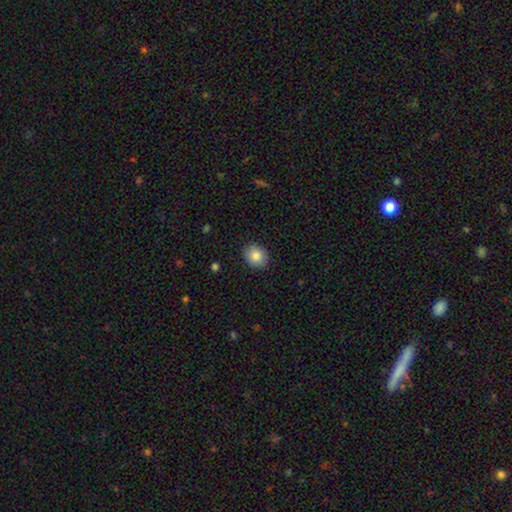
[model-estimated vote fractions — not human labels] smooth-or-featured: smooth: 85% | star or artifact: 8% | featured or disk: 7%
  how-rounded: round: 56% | in between: 43% | cigar-shaped: 1%
  merging: none: 88% | minor disturbance: 9% | major disturbance: 2% | merger: 1%